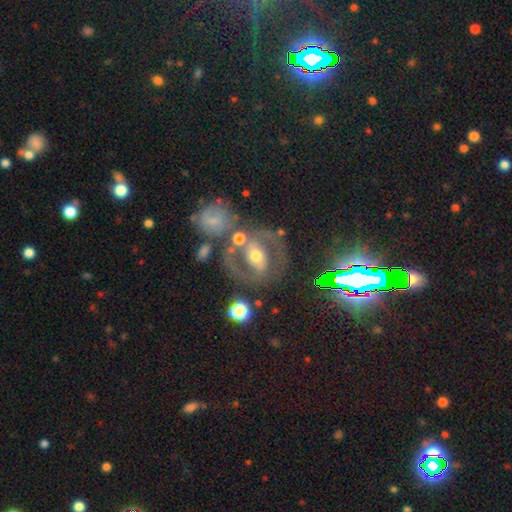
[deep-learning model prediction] Overall: featured or disk (75%). Edge-on disk: no (97%). Bar: weak (36%; strong 33%). Spiral arms: yes (77%). Spiral arm count: 2 (86%). Spiral winding: medium (52%; tight 31%). Bulge size: moderate (69%). Merging: none (64%).